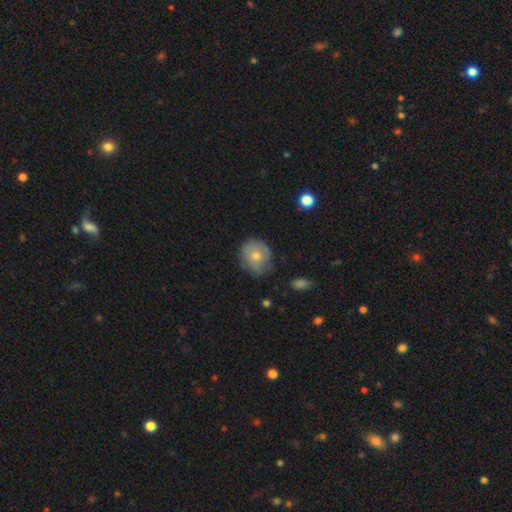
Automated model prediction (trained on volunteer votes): Q: Smooth or featured?
A: smooth (61%); runner-up: featured or disk (30%)
Q: How rounded?
A: round (75%); runner-up: in between (24%)
Q: Merging?
A: none (65%); runner-up: minor disturbance (28%)